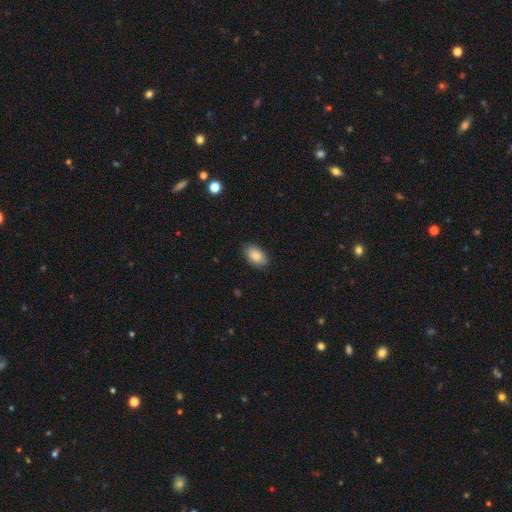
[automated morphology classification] smooth 86%, featured or disk 8%, star or artifact 6%. Down the decision tree: how rounded — in between (93%); merging — none (84%).